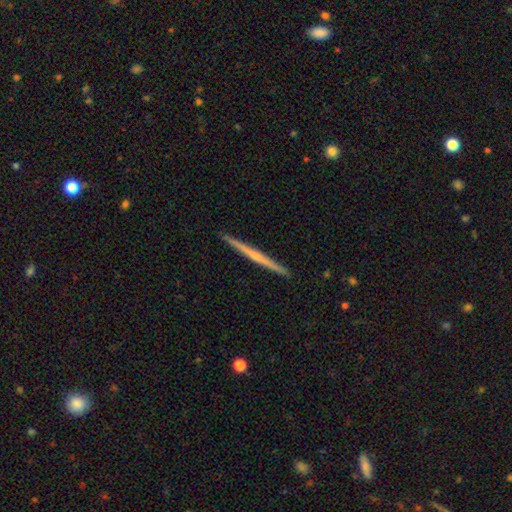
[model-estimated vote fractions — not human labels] Overall: featured or disk (62%; smooth 33%). Edge-on disk: yes (98%). Edge-on bulge: none (64%; rounded 29%). Merging: none (93%).